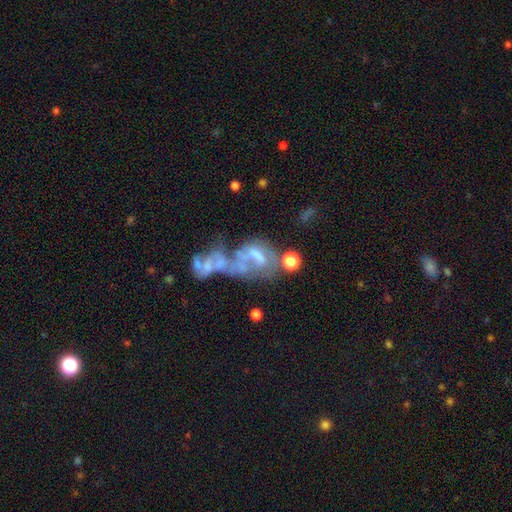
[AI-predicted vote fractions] featured or disk 61%, smooth 20%, star or artifact 19%. Down the decision tree: edge-on disk — no (96%); bar — no (72%); spiral arms — no (77%); bulge size — none (55%); merging — merger (56%).